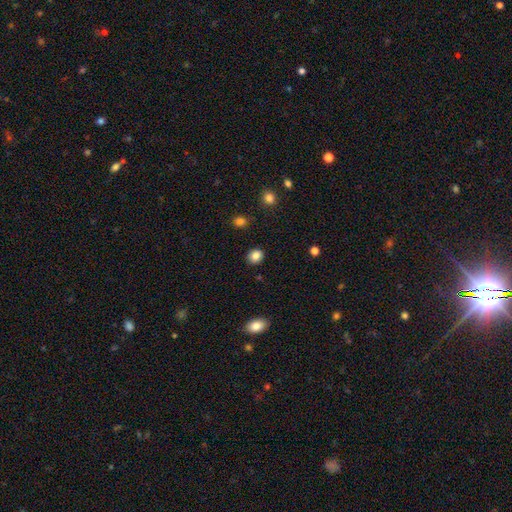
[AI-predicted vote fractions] smooth_or_featured: smooth (p=0.85) [alt: star or artifact p=0.10]
how_rounded: round (p=0.71) [alt: in between p=0.28]
merging: none (p=0.89) [alt: minor disturbance p=0.07]